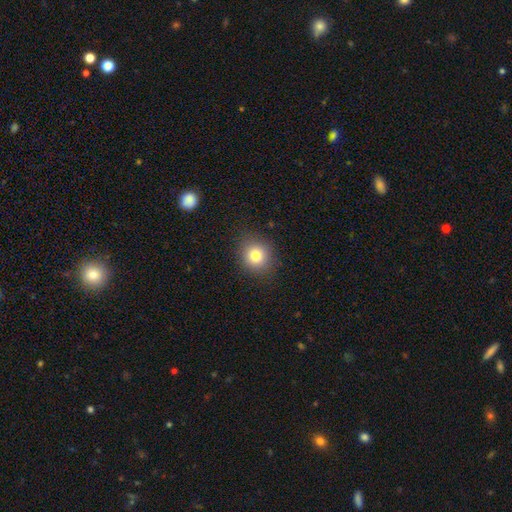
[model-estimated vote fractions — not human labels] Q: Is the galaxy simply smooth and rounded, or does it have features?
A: smooth — 80%.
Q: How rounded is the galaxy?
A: round — 84%.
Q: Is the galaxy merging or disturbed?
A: none — 87%.